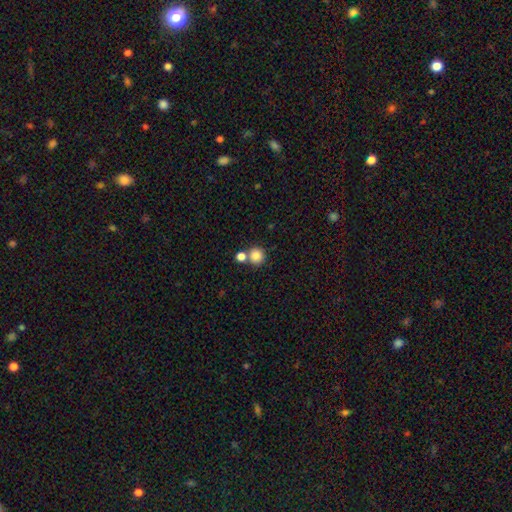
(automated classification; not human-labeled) A smooth galaxy with no disk features (84%) that is round (92%).

Vote fractions:
- Smooth or featured? smooth: 84% / star or artifact: 10% / featured or disk: 6%
- How rounded? round: 92% / in between: 7% / cigar-shaped: 1%
- Merging? none: 62% / merger: 27% / minor disturbance: 7% / major disturbance: 3%